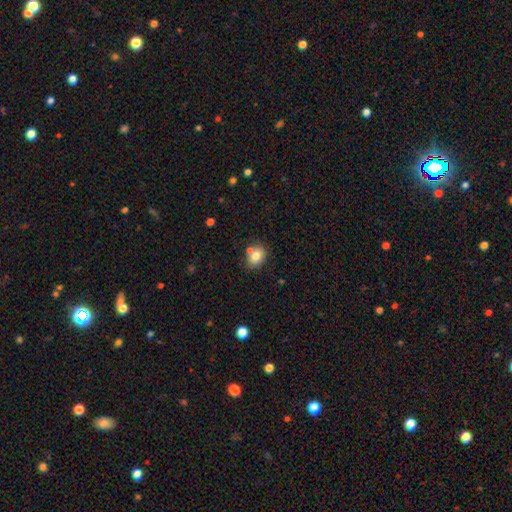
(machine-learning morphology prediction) Q: Smooth or featured?
A: smooth (78%); runner-up: featured or disk (12%)
Q: How rounded?
A: in between (52%); runner-up: round (48%)
Q: Merging?
A: none (67%); runner-up: merger (17%)